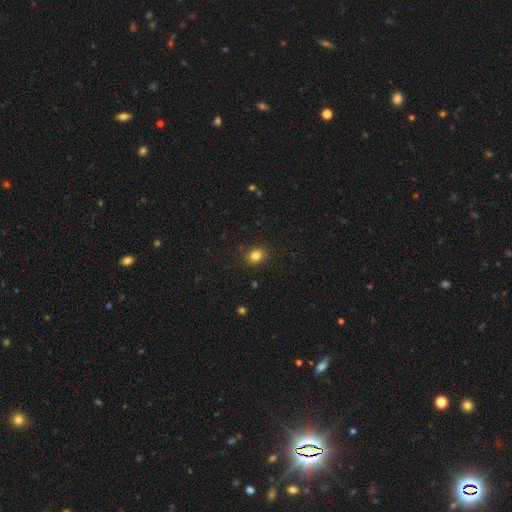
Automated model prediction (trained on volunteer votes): smooth-or-featured: smooth: 83% | star or artifact: 11% | featured or disk: 6%
  how-rounded: round: 58% | in between: 41% | cigar-shaped: 1%
  merging: none: 89% | minor disturbance: 8% | major disturbance: 2% | merger: 1%